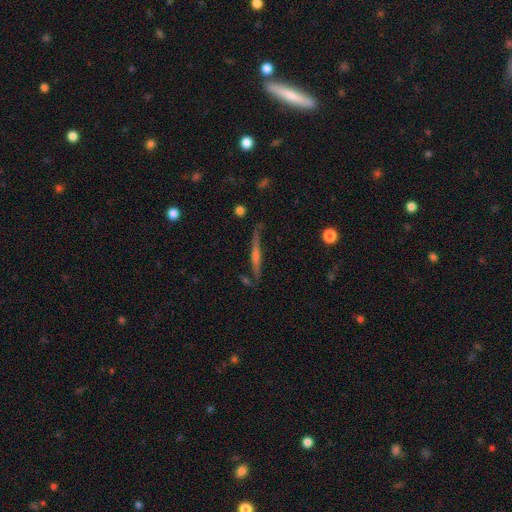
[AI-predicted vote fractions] This is likely a featured or disk galaxy (65%). It is clearly viewed edge-on (95%). Edge-on bulge: possibly rounded (46%). Merging: likely none (77%).